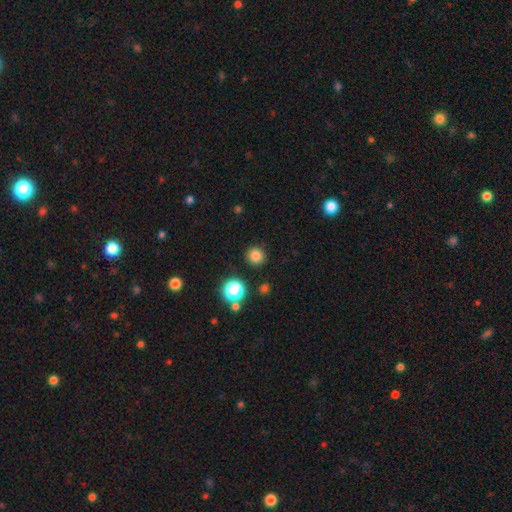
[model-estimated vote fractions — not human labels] Smooth or featured? Predicted: smooth (p=0.80). How rounded? Predicted: round (p=0.94). Merging? Predicted: none (p=0.90).